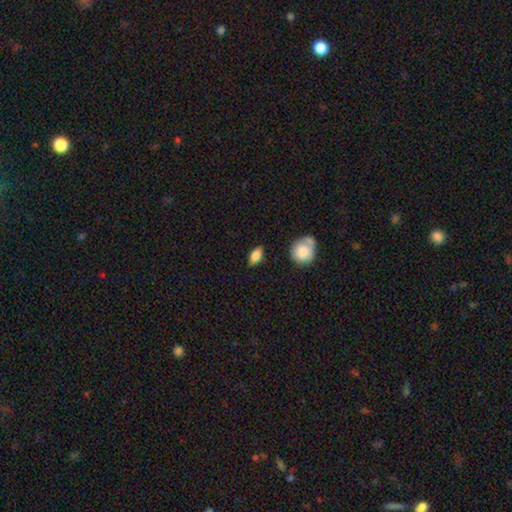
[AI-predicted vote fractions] This appears to be a smooth galaxy with no disk features (81%) that is in between round and cigar-shaped (84%). Merging: none (85%).